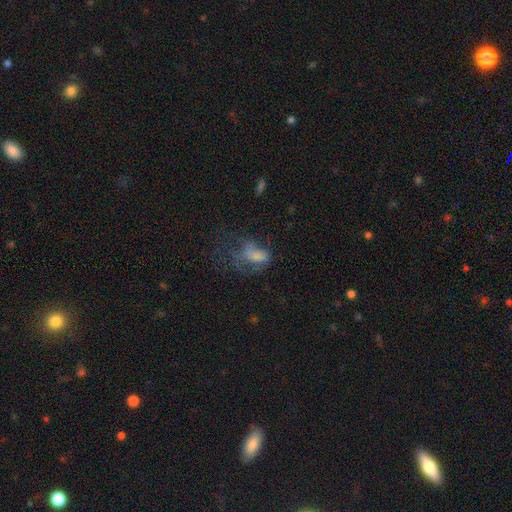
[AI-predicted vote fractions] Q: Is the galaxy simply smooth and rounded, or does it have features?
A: smooth — 52%.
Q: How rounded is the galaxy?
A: in between — 81%.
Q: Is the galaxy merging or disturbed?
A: major disturbance — 49%.